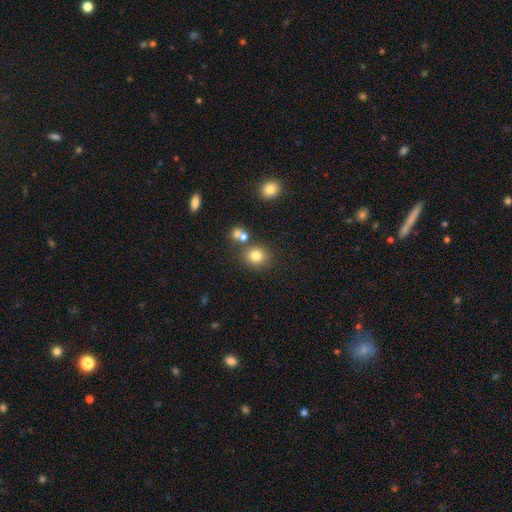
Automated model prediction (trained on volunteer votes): smooth-or-featured: smooth: 79% | star or artifact: 12% | featured or disk: 9%
  how-rounded: round: 78% | in between: 21% | cigar-shaped: 1%
  merging: none: 70% | merger: 15% | minor disturbance: 11% | major disturbance: 4%